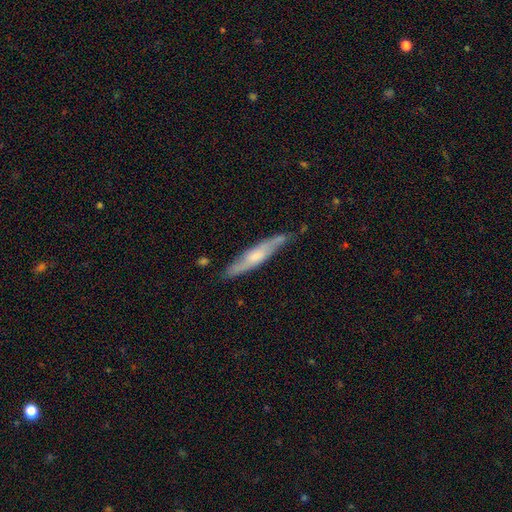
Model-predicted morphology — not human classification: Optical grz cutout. It shows a featured or disk galaxy (57%) viewed edge-on (75%). Merging: none (73%).